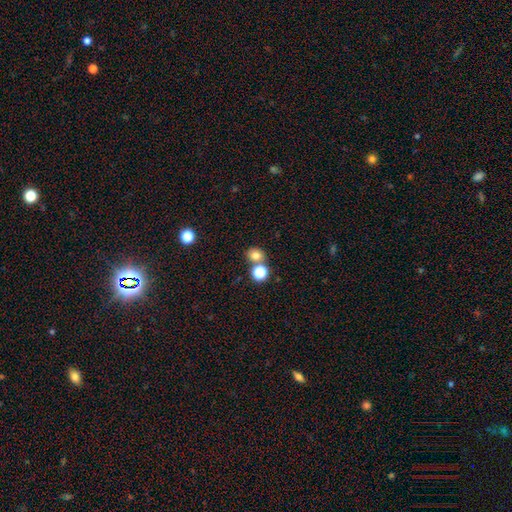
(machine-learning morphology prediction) Overall: smooth (76%). How rounded: round (70%). Merging: none (63%; merger 26%).